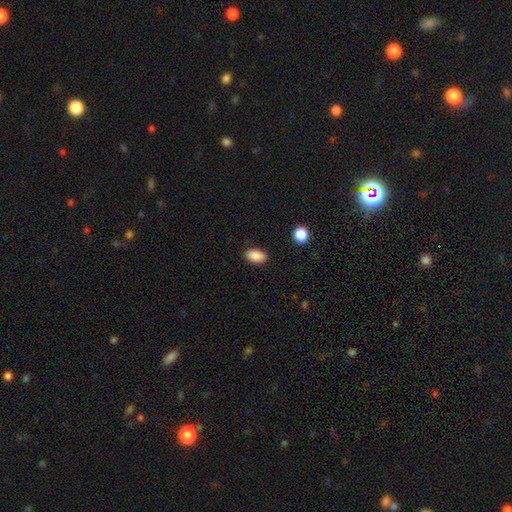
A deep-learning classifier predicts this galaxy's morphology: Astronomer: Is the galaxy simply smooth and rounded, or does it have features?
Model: smooth — 89%.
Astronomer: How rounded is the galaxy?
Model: in between — 91%.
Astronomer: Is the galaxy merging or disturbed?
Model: none — 88%.